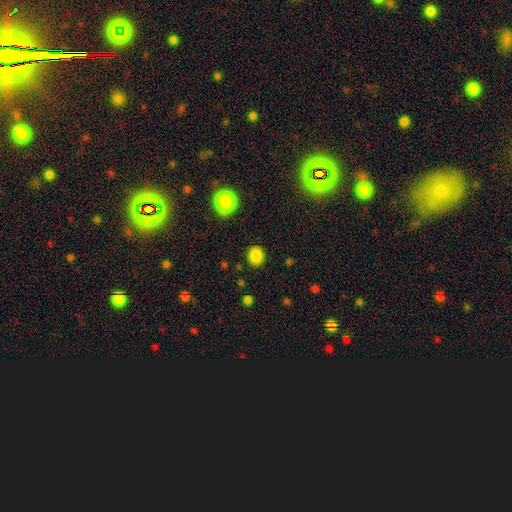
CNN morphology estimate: Smooth or featured? Predicted: smooth (p=0.85). How rounded? Predicted: round (p=0.69). Merging? Predicted: none (p=0.88).